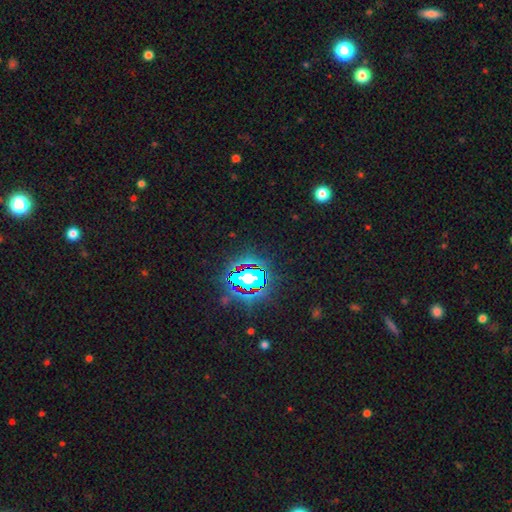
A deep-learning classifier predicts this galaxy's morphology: This is clearly a star or artifact rather than a galaxy (84%).